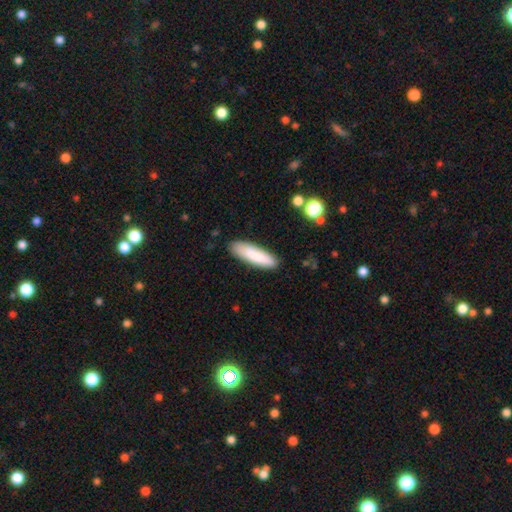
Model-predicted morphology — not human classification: Q: Smooth or featured?
A: smooth (84%); runner-up: featured or disk (10%)
Q: How rounded?
A: cigar-shaped (63%); runner-up: in between (36%)
Q: Merging?
A: none (84%); runner-up: minor disturbance (12%)